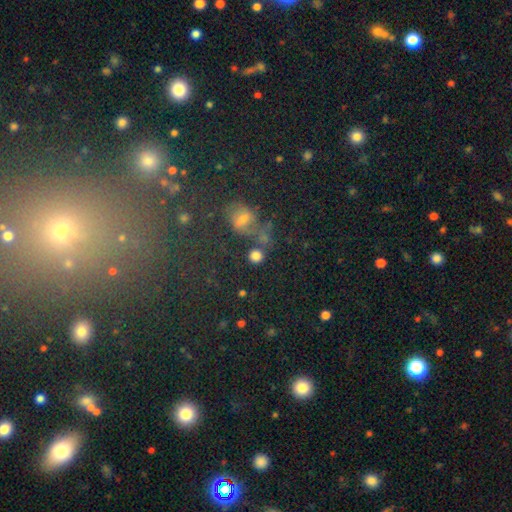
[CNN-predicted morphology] smooth 79%, star or artifact 14%, featured or disk 7%. Down the decision tree: how rounded — round (86%); merging — none (69%).